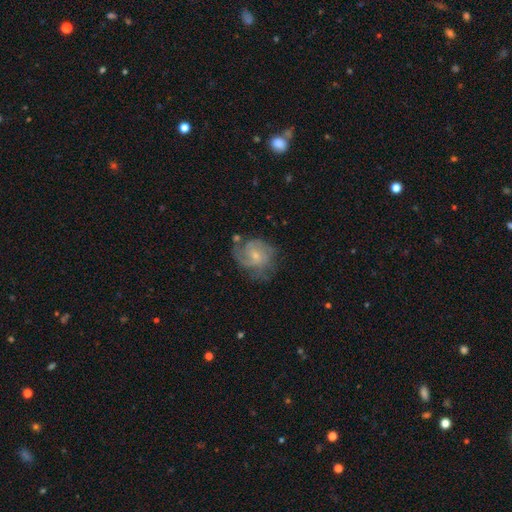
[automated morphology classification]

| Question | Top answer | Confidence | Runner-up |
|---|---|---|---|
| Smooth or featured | featured or disk | 76% | smooth (17%) |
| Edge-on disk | no | 98% | yes (2%) |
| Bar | no | 57% | weak (39%) |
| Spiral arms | yes | 91% | no (9%) |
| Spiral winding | tight | 43% | medium (41%) |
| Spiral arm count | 2 | 33% | can't tell (31%) |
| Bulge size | small | 68% | moderate (26%) |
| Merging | none | 57% | minor disturbance (24%) |